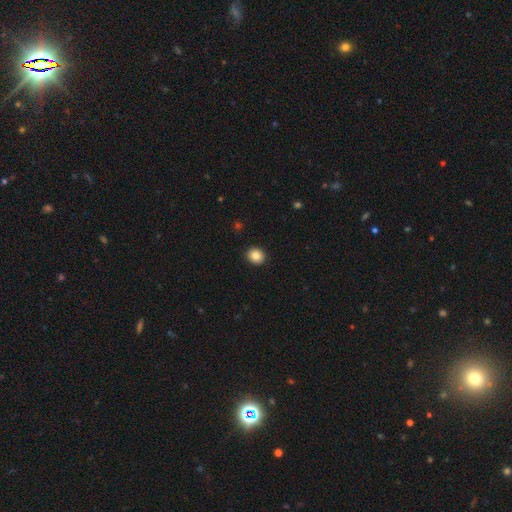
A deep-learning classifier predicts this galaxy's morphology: smooth 85%, star or artifact 9%, featured or disk 6%. Down the decision tree: how rounded — round (78%); merging — none (92%).